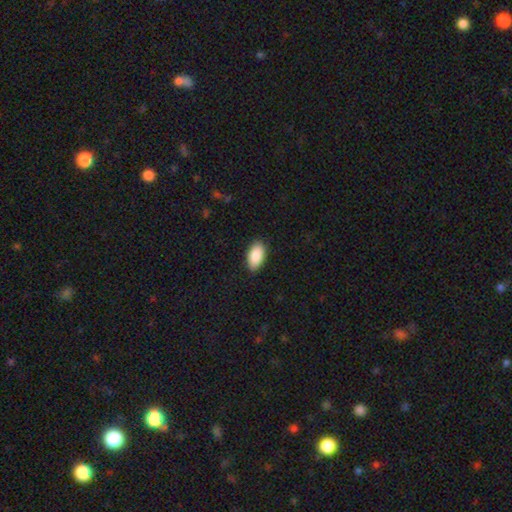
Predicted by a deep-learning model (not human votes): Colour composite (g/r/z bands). It shows a smooth galaxy with no disk features (90%) that is in between round and cigar-shaped (95%). Merging: none (87%).